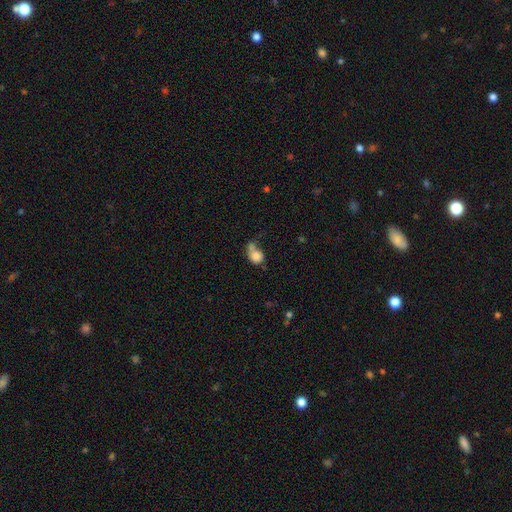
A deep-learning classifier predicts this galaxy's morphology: Smooth or featured? Predicted: smooth (p=0.78). How rounded? Predicted: round (p=0.61). Merging? Predicted: merger (p=0.38).